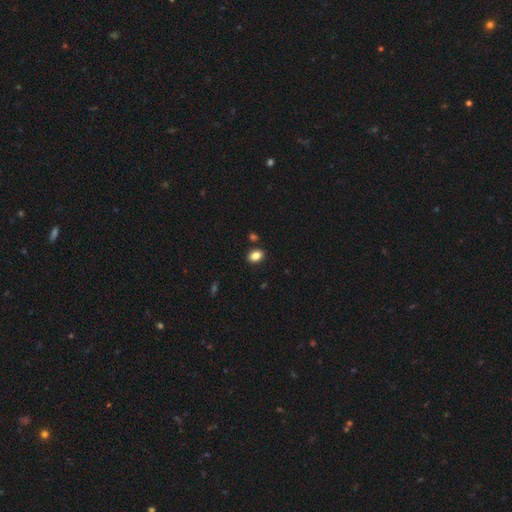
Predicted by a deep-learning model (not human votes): This appears to be a smooth galaxy with no disk features (85%) that is in between round and cigar-shaped (79%). Merging: none (86%).